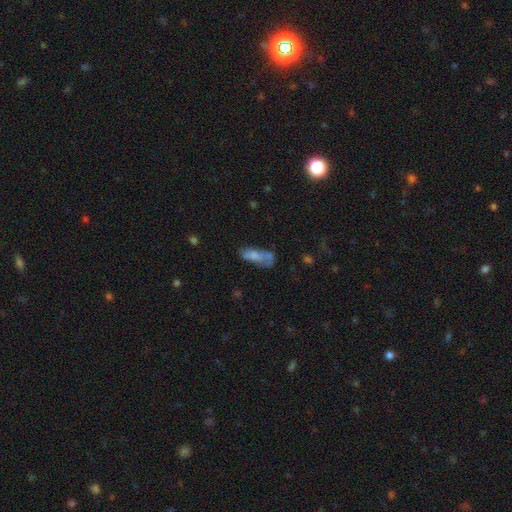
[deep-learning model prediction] The model was most divided on "merging": none: 32%, merger: 24%, minor disturbance: 23%, major disturbance: 21%. More confident: how rounded — in between (68%); smooth or featured — smooth (65%).